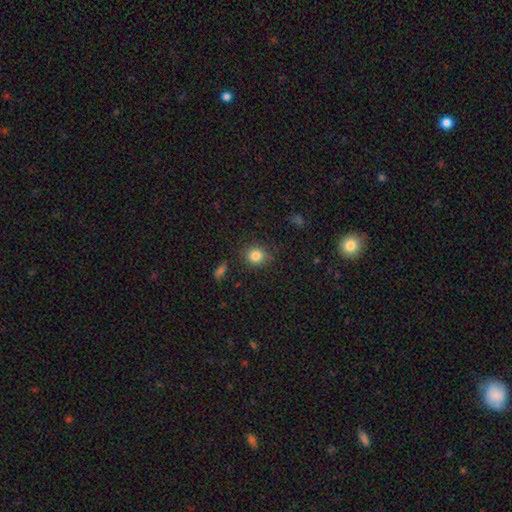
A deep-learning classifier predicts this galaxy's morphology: This appears to be a smooth galaxy with no disk features (84%) that is round (81%). Merging: none (85%).